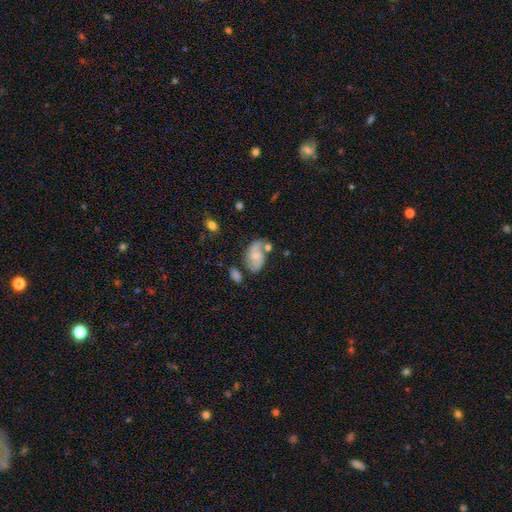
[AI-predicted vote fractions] Smooth or featured: featured or disk — 53% (smooth — 39%)
Edge-on disk: no — 96% (yes — 4%)
Bar: no — 67% (weak — 28%)
Spiral arms: yes — 78% (no — 22%)
Bulge size: small — 56% (moderate — 38%)
Merging: none — 50% (minor disturbance — 24%)